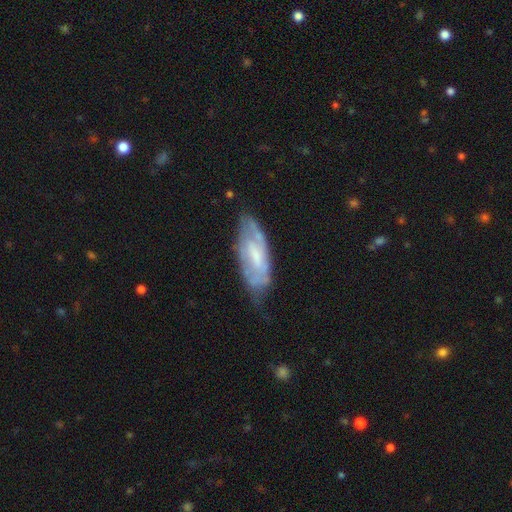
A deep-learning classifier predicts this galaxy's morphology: Smooth or featured?
  - featured or disk: 64% *
  - smooth: 29%
  - star or artifact: 7%
Edge-on disk?
  - no: 85% *
  - yes: 15%
Bar?
  - weak: 44% *
  - no: 39%
  - strong: 17%
Spiral arms?
  - yes: 71% *
  - no: 29%
Bulge size?
  - small: 37% *
  - moderate: 35%
  - none: 21%
  - large: 6%
  - dominant: 1%
Merging?
  - none: 54% *
  - minor disturbance: 31%
  - major disturbance: 12%
  - merger: 3%